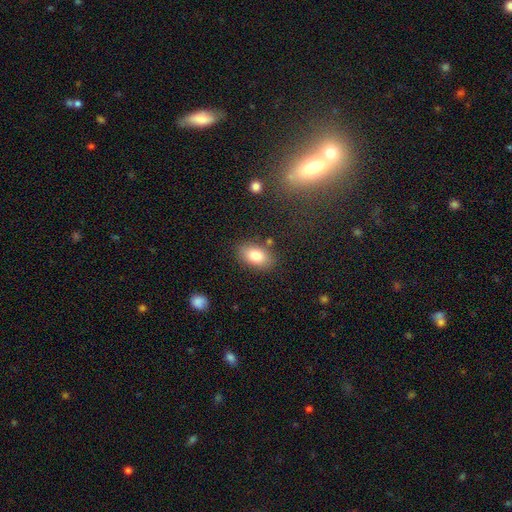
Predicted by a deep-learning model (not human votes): This appears to be a smooth galaxy with no disk features (81%) that is in between round and cigar-shaped (89%). Merging: none (82%).